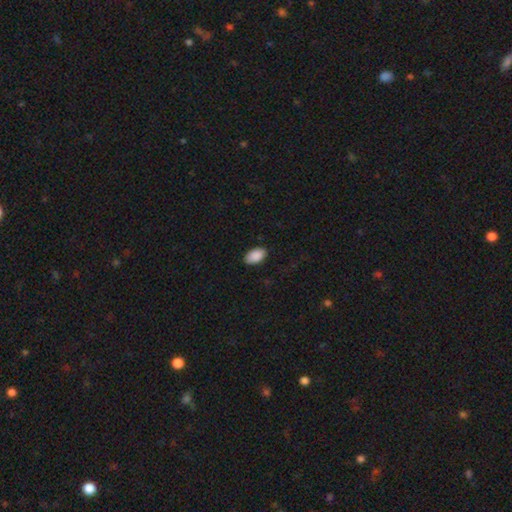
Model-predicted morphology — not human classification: Q: Smooth or featured?
A: smooth (90%); runner-up: star or artifact (7%)
Q: How rounded?
A: in between (95%); runner-up: round (4%)
Q: Merging?
A: none (87%); runner-up: minor disturbance (10%)